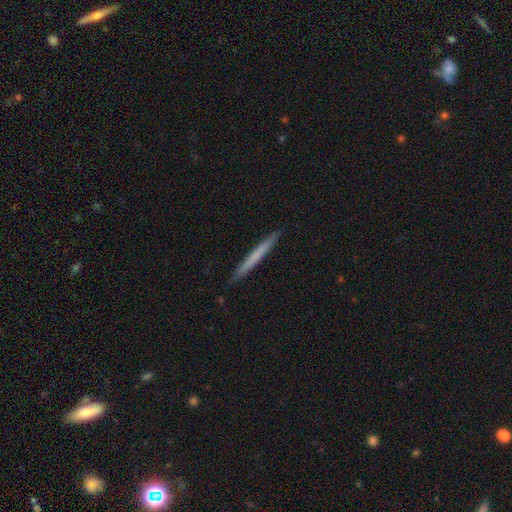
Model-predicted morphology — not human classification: A smooth galaxy with no disk features (62%) that is cigar-shaped (97%). Merging: none (92%).